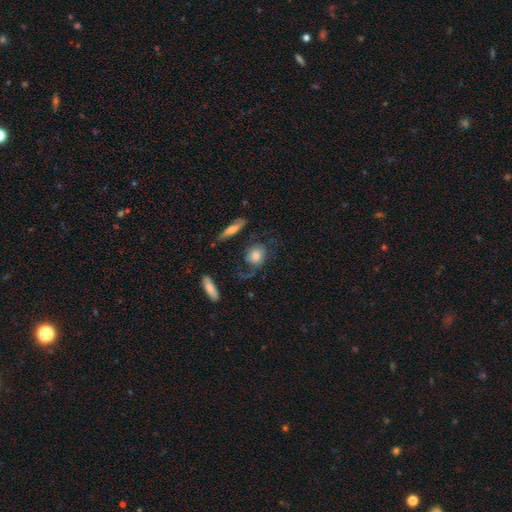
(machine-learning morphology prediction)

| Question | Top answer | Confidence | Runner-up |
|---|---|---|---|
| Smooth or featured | smooth | 58% | featured or disk (33%) |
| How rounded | round | 49% | in between (47%) |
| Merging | none | 48% | major disturbance (24%) |